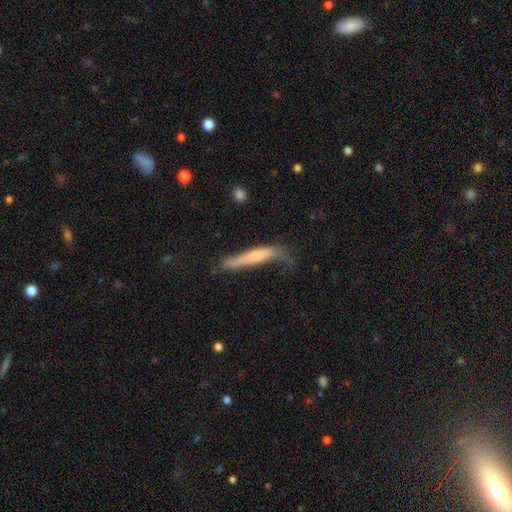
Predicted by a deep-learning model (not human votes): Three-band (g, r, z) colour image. It shows a smooth galaxy with no disk features (53%) that is cigar-shaped (91%). Merging: none (38%).